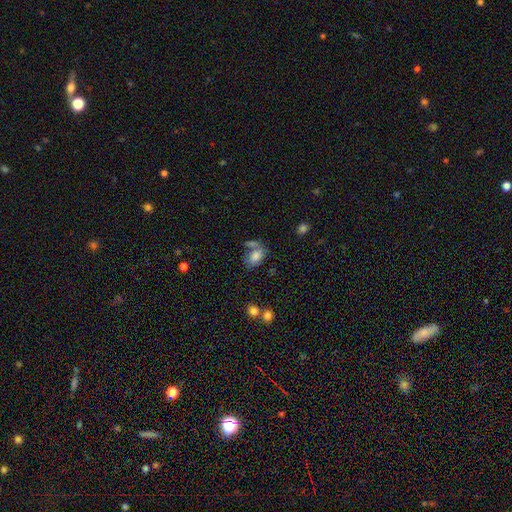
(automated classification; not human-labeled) smooth-or-featured: smooth: 75% | featured or disk: 15% | star or artifact: 10%
  how-rounded: in between: 87% | round: 12% | cigar-shaped: 2%
  merging: none: 41% | merger: 27% | minor disturbance: 20% | major disturbance: 12%